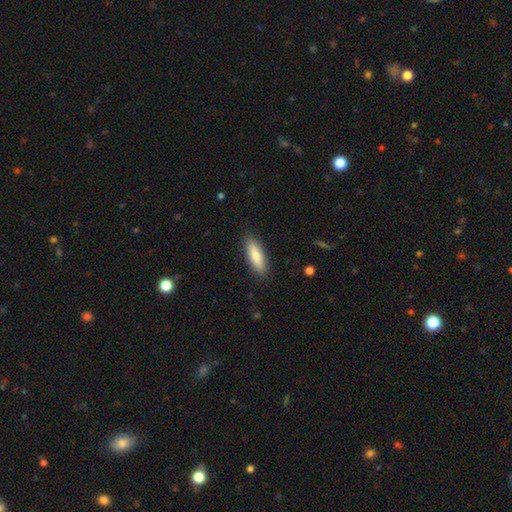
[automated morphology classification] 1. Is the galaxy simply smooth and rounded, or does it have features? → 82% smooth, 12% featured or disk, 6% star or artifact.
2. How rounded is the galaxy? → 57% cigar-shaped, 42% in between, 2% round.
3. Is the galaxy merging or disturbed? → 88% none, 9% minor disturbance, 2% major disturbance, 1% merger.